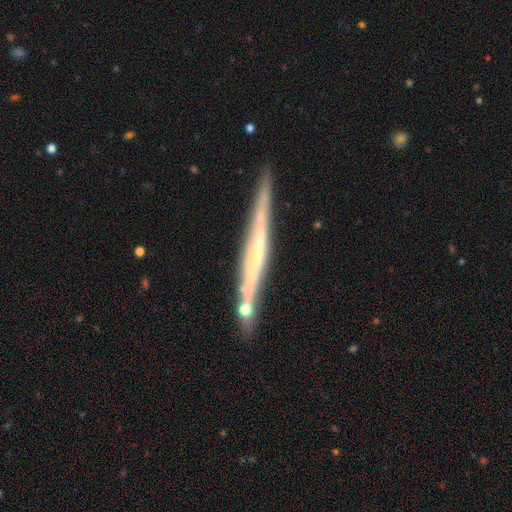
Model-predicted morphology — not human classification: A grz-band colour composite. It shows a featured or disk galaxy (67%) viewed edge-on (96%) with no central bulge (70%). Merging: none (80%).